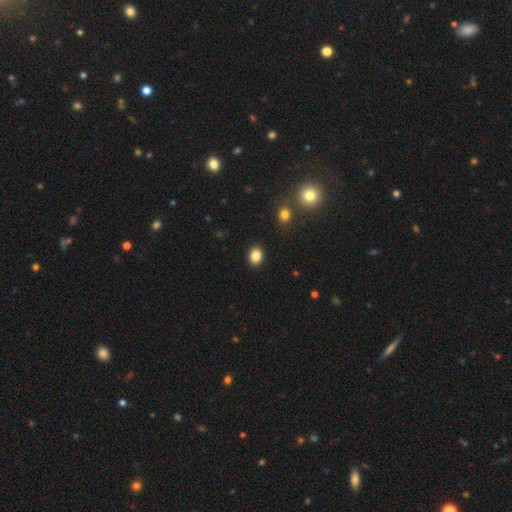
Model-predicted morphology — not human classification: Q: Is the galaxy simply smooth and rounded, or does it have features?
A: smooth — 86%.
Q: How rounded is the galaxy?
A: in between — 57%.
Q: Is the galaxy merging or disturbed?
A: none — 90%.